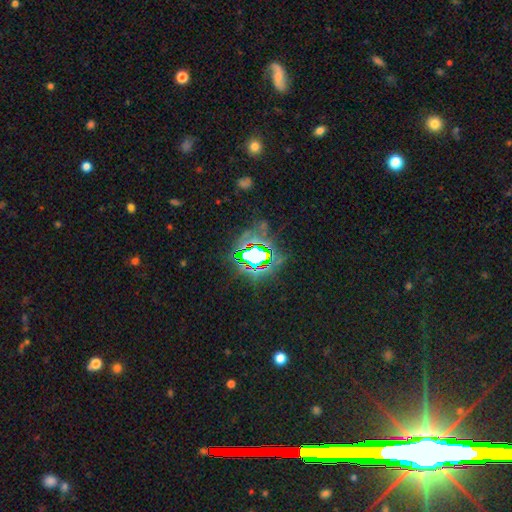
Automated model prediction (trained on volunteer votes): A star or artifact, not a galaxy (73%).

Vote fractions:
- Smooth or featured? star or artifact: 73% / featured or disk: 14% / smooth: 13%